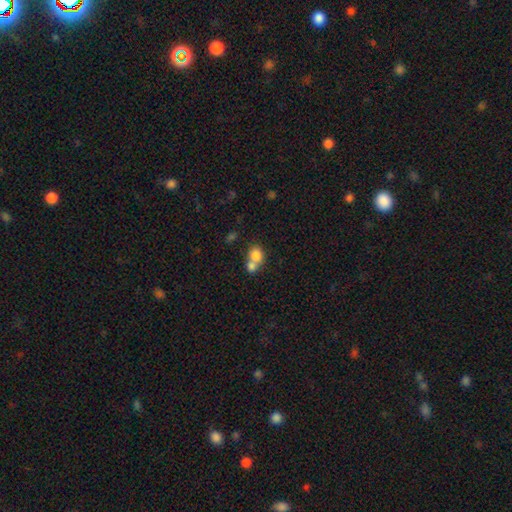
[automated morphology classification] smooth-or-featured: smooth: 79% | featured or disk: 12% | star or artifact: 9%
  how-rounded: round: 62% | in between: 37% | cigar-shaped: 1%
  merging: merger: 65% | none: 27% | minor disturbance: 6% | major disturbance: 3%